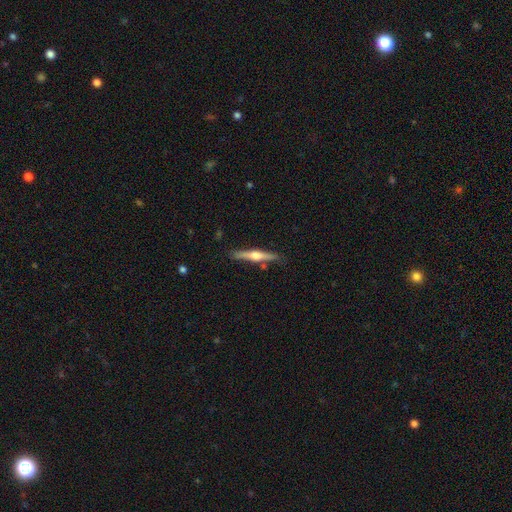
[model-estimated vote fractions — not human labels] Smooth or featured? featured or disk (68%)
Edge-on disk? yes (98%)
Edge-on bulge? rounded (92%)
Merging? none (85%)